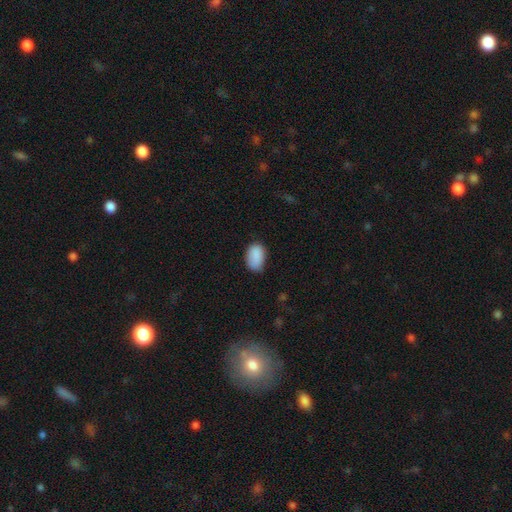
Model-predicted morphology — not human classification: Overall: smooth (88%). How rounded: in between (89%). Merging: none (63%; minor disturbance 30%).